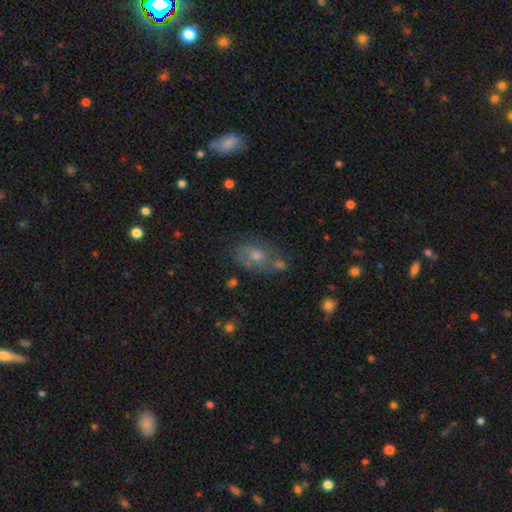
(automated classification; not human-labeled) Smooth or featured? Predicted: smooth (p=0.53). How rounded? Predicted: in between (p=0.73). Merging? Predicted: none (p=0.52).